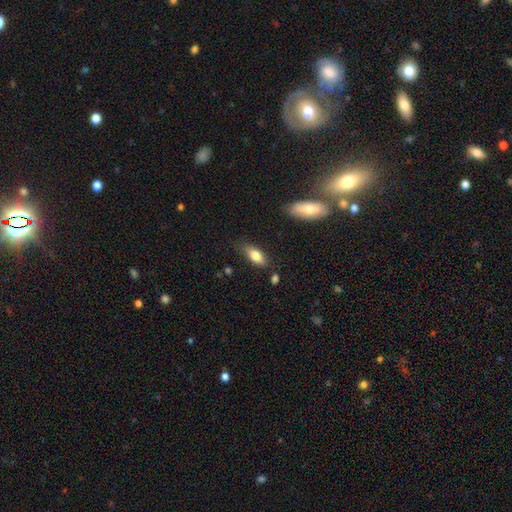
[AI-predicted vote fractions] smooth 77%, featured or disk 16%, star or artifact 7%. Down the decision tree: how rounded — in between (82%); merging — none (74%).